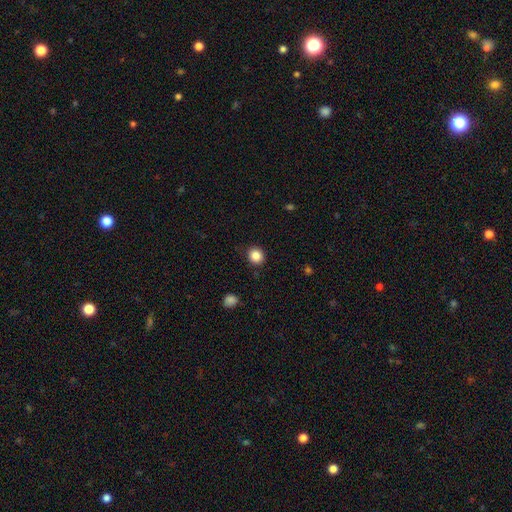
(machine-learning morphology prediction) This is clearly a smooth galaxy (86%). How rounded: clearly round (82%). Merging: clearly none (88%).